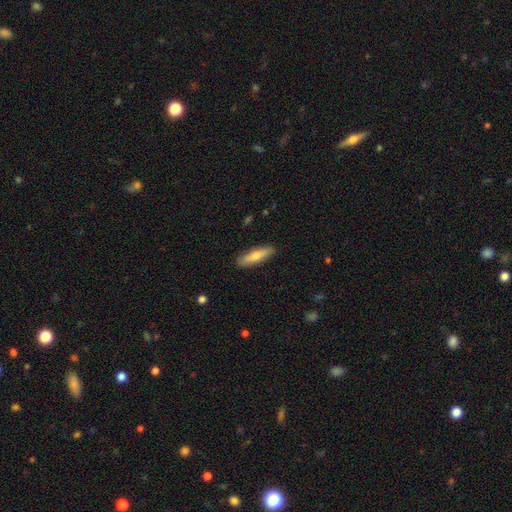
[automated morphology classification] Smooth or featured? Predicted: smooth (p=0.64). How rounded? Predicted: cigar-shaped (p=0.71). Merging? Predicted: none (p=0.89).